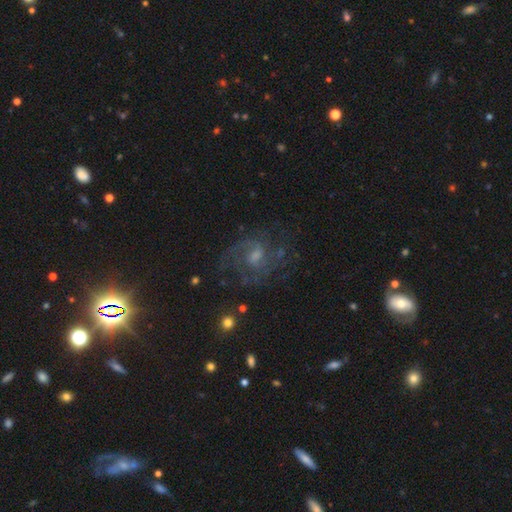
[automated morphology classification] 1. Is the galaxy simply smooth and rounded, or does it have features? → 76% featured or disk, 14% smooth, 10% star or artifact.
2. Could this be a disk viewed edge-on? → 97% no, 3% yes.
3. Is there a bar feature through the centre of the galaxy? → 50% weak, 41% no, 8% strong.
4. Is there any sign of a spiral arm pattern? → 89% yes, 11% no.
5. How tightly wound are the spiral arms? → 49% medium, 29% tight, 22% loose.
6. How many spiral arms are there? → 39% 2, 30% can't tell, 14% 3, 6% 1, 6% 4, 4% more than 4.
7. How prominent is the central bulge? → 46% moderate, 34% small, 12% none, 6% large, 1% dominant.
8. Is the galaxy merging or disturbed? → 63% none, 18% minor disturbance, 17% major disturbance, 2% merger.